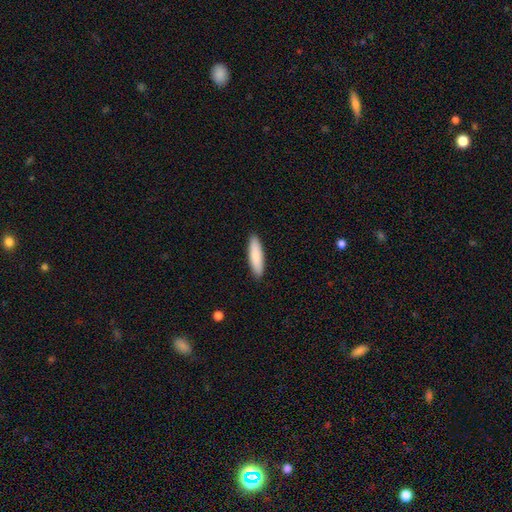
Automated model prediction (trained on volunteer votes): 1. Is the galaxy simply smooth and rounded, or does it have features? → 87% smooth, 8% featured or disk, 5% star or artifact.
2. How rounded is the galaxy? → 69% cigar-shaped, 30% in between, 1% round.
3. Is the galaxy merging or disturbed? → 91% none, 7% minor disturbance, 1% major disturbance, 1% merger.